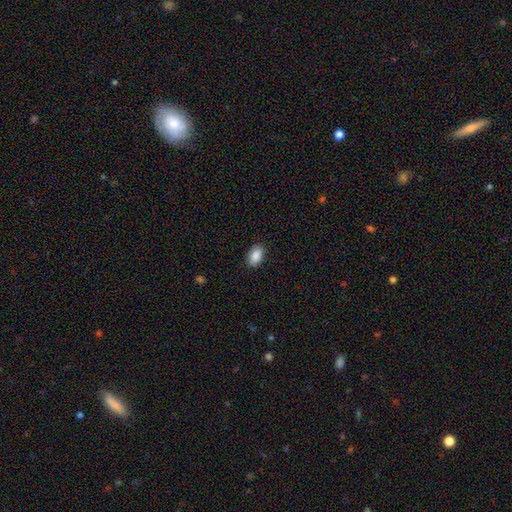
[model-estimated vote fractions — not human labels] Overall: smooth (90%). How rounded: in between (93%). Merging: none (88%).